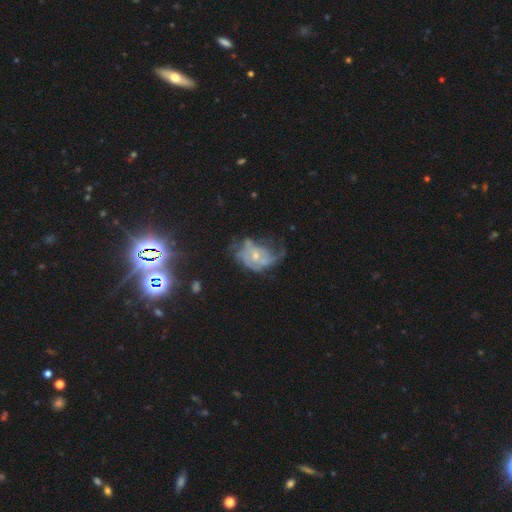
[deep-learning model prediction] smooth_or_featured: featured or disk (p=0.71) [alt: smooth p=0.18]
disk_edge_on: no (p=0.97) [alt: yes p=0.03]
bar: no (p=0.76) [alt: weak p=0.21]
has_spiral_arms: yes (p=0.70) [alt: no p=0.30]
bulge_size: small (p=0.62) [alt: moderate p=0.33]
merging: major disturbance (p=0.39) [alt: none p=0.32]